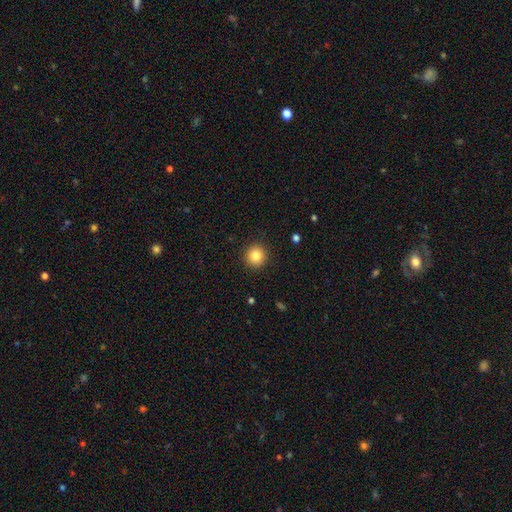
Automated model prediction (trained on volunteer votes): Morphology: type=smooth (83%); roundness=round (93%); merging=none (91%).